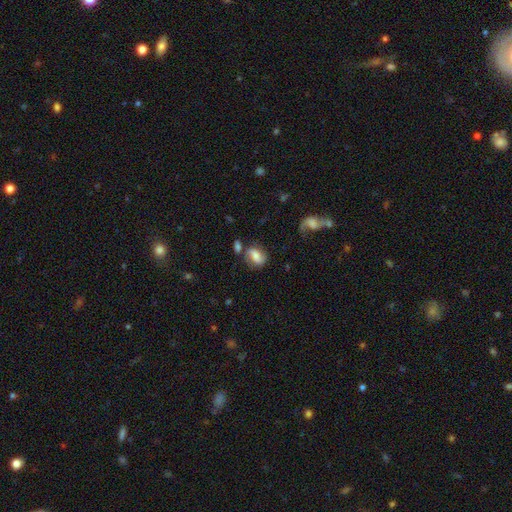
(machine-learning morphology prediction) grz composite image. It shows a smooth galaxy with no disk features (54%) that is in between round and cigar-shaped (74%). Merging: none (53%).